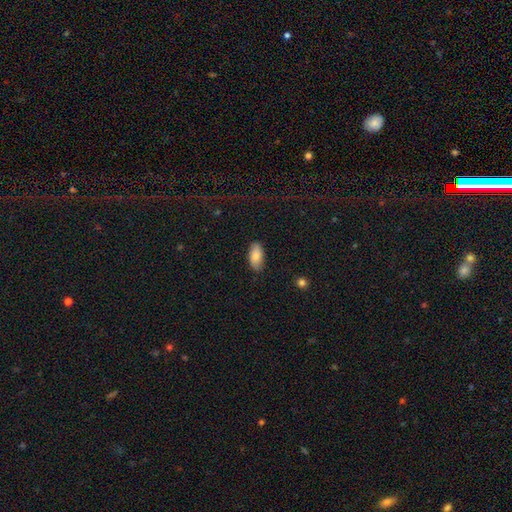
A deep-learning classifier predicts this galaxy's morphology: A smooth galaxy with no disk features (85%) that is in between round and cigar-shaped (92%). Merging: none (85%).